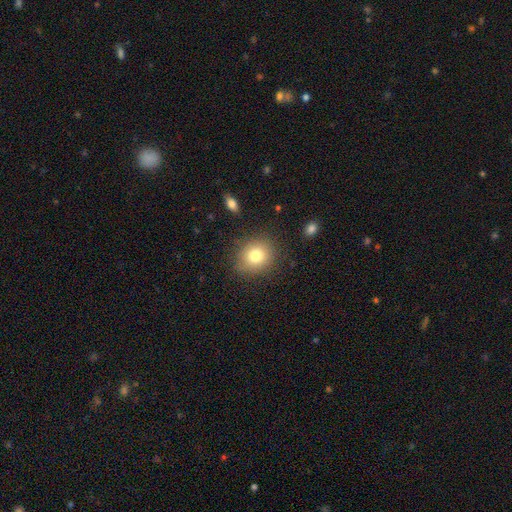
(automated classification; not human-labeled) Overall: smooth (79%). How rounded: round (76%). Merging: none (84%).